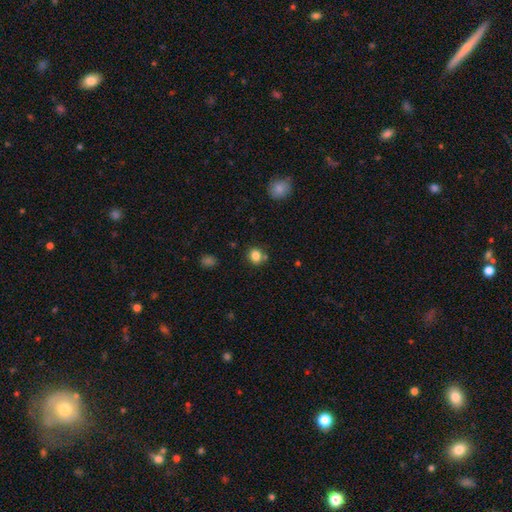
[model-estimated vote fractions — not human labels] Smooth or featured: smooth — 83% (star or artifact — 11%)
How rounded: round — 70% (in between — 29%)
Merging: none — 73% (minor disturbance — 12%)